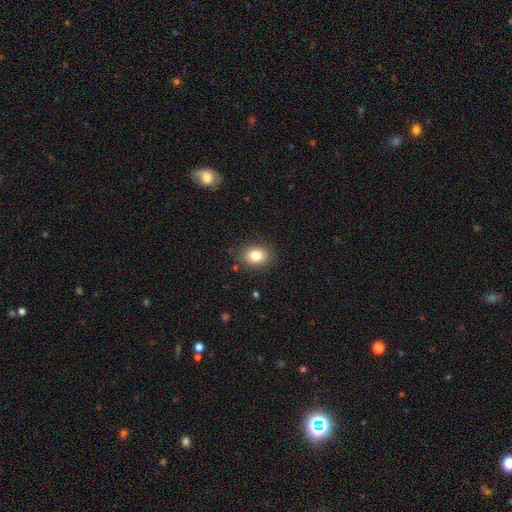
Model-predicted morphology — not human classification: Smooth or featured? smooth (82%)
How rounded? in between (60%)
Merging? none (86%)